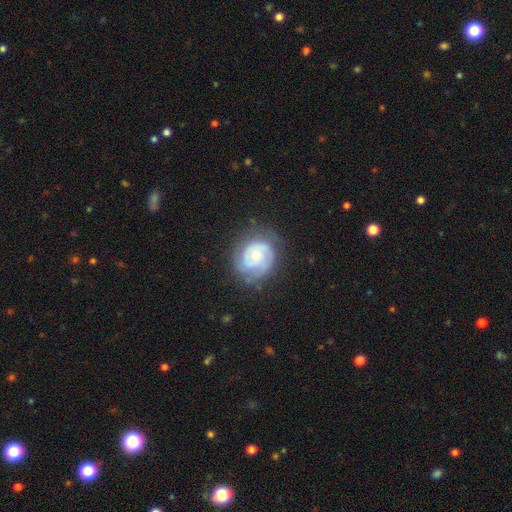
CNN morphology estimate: Smooth or featured: featured or disk — 76% (smooth — 18%)
Edge-on disk: no — 98% (yes — 2%)
Bar: no — 73% (weak — 23%)
Spiral arms: yes — 92% (no — 8%)
Spiral winding: tight — 62% (medium — 30%)
Spiral arm count: 2 — 46% (can't tell — 23%)
Bulge size: small — 52% (moderate — 42%)
Merging: none — 68% (minor disturbance — 21%)